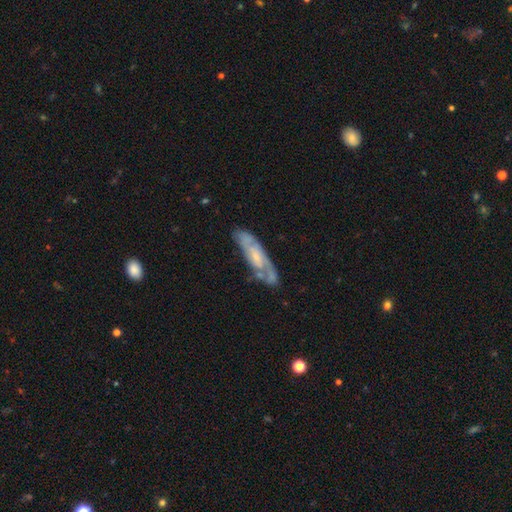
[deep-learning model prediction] featured or disk 70%, smooth 24%, star or artifact 6%. Down the decision tree: edge-on disk — no (75%); bar — no (63%); spiral arms — yes (80%); bulge size — small (60%); merging — none (64%).